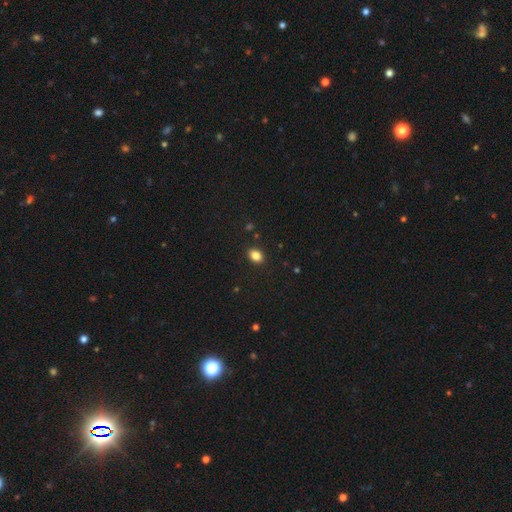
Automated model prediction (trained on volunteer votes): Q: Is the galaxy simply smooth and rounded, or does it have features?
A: smooth — 85%.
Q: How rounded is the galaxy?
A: in between — 72%.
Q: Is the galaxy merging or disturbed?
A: none — 89%.